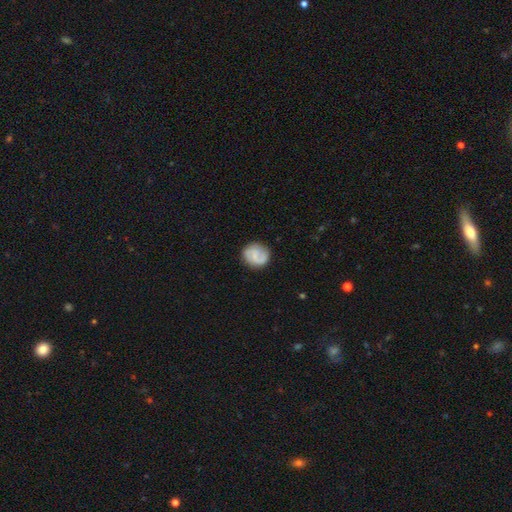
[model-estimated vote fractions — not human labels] smooth_or_featured: featured or disk (p=0.49) [alt: smooth p=0.44]
merging: none (p=0.83) [alt: minor disturbance p=0.12]